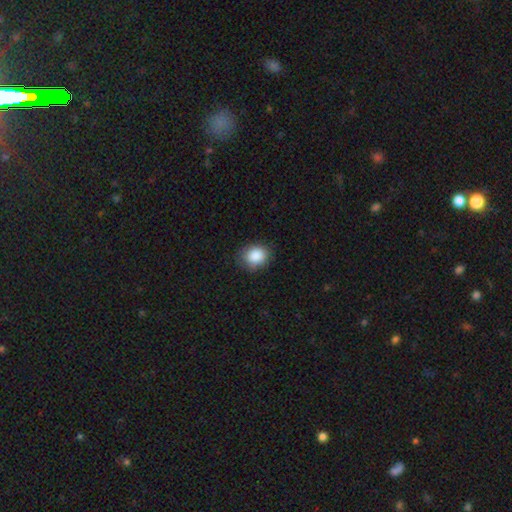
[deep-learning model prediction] smooth 88%, star or artifact 8%, featured or disk 4%. Down the decision tree: how rounded — round (54%); merging — none (80%).